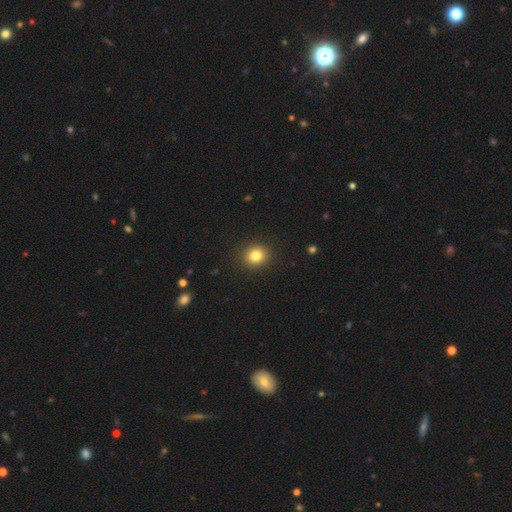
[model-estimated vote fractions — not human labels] Smooth or featured?
  - smooth: 82% *
  - star or artifact: 11%
  - featured or disk: 6%
How rounded?
  - round: 80% *
  - in between: 19%
  - cigar-shaped: 1%
Merging?
  - none: 91% *
  - minor disturbance: 6%
  - major disturbance: 2%
  - merger: 1%